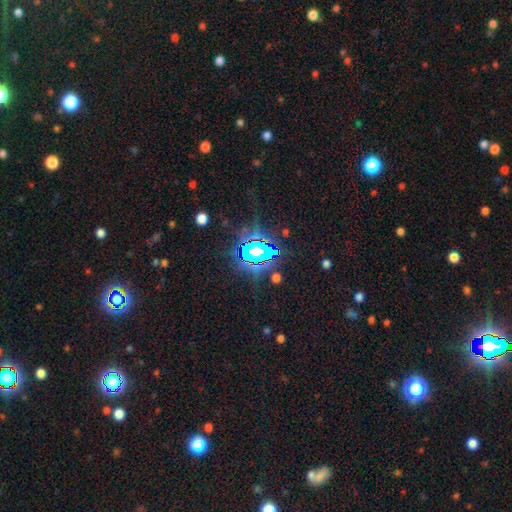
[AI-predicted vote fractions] The model was most divided on "smooth or featured": star or artifact: 84%, smooth: 9%, featured or disk: 6%.